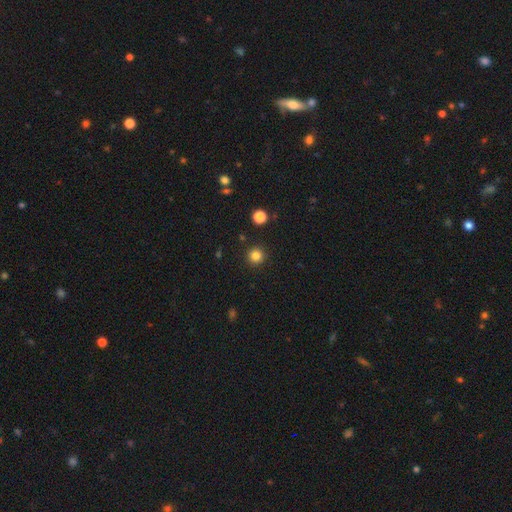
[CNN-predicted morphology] Overall: smooth (83%). How rounded: round (95%). Merging: none (92%).